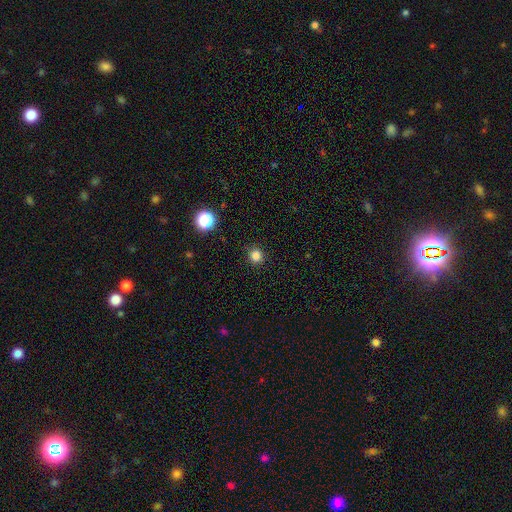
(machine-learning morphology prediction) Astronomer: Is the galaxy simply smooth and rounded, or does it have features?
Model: smooth — 82%.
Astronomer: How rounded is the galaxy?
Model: round — 92%.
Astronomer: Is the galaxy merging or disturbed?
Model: none — 91%.